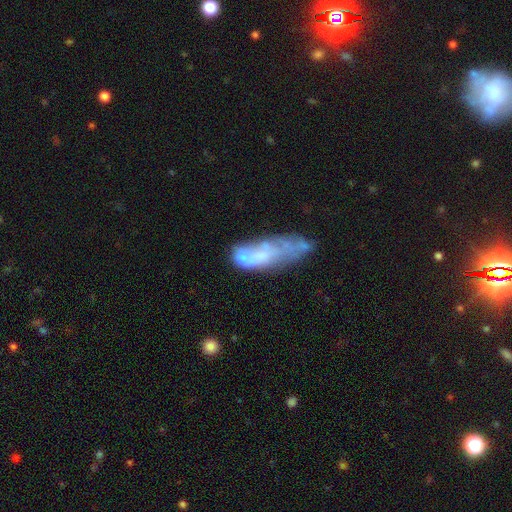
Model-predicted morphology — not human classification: Smooth or featured: featured or disk — 47% (smooth — 43%)
Merging: major disturbance — 27% (merger — 26%)